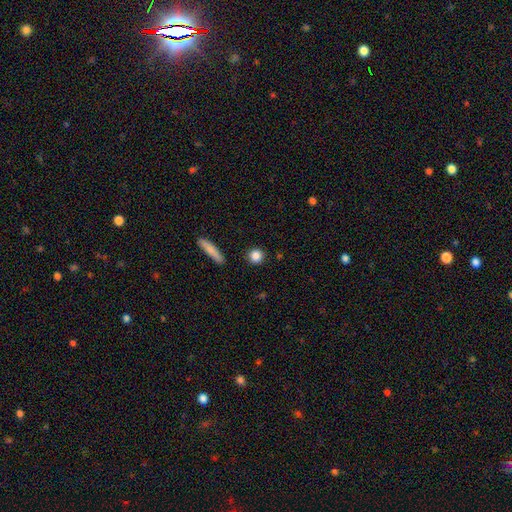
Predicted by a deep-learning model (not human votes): Smooth or featured: smooth — 85% (star or artifact — 9%)
How rounded: round — 88% (in between — 9%)
Merging: none — 90% (minor disturbance — 6%)